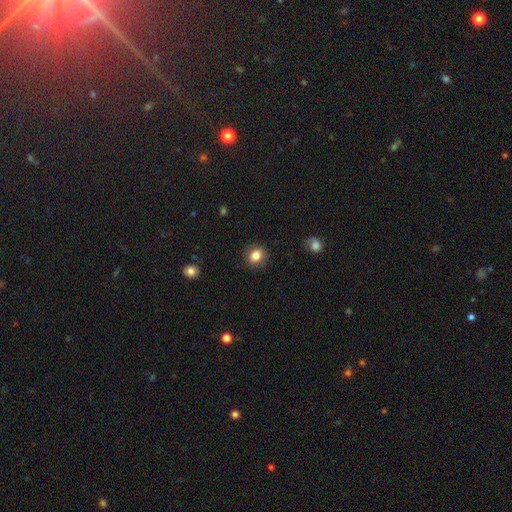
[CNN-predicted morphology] This is clearly a smooth galaxy (84%). How rounded: likely round (76%). Merging: clearly none (88%).